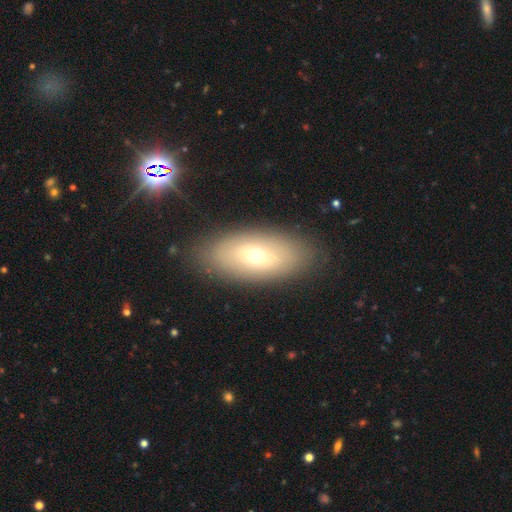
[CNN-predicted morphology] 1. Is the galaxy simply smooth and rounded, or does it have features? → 57% smooth, 33% featured or disk, 10% star or artifact.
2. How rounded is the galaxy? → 86% in between, 9% cigar-shaped, 5% round.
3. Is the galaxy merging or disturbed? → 86% none, 9% minor disturbance, 3% major disturbance, 2% merger.